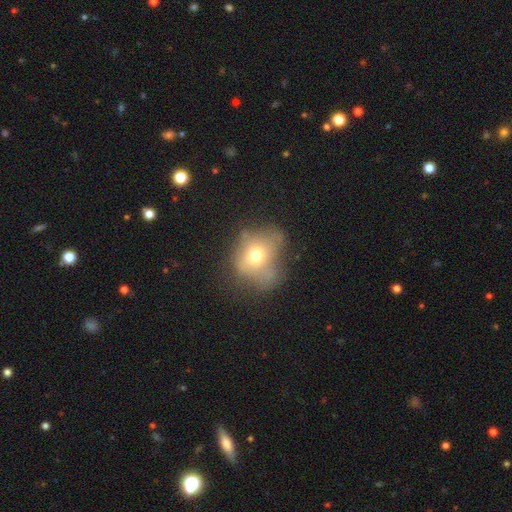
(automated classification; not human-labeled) The model was most divided on "merging": none: 33%, major disturbance: 31%, minor disturbance: 30%, merger: 6%. More confident: smooth or featured — smooth (61%); how rounded — round (54%).